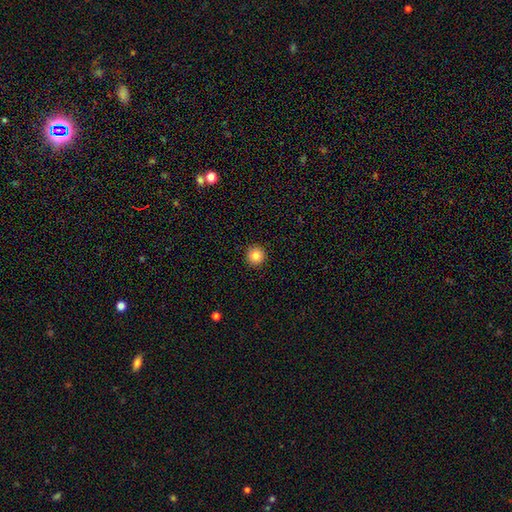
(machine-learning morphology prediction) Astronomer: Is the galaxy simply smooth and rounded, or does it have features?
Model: smooth — 83%.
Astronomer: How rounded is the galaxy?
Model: round — 96%.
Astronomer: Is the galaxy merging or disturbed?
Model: none — 93%.